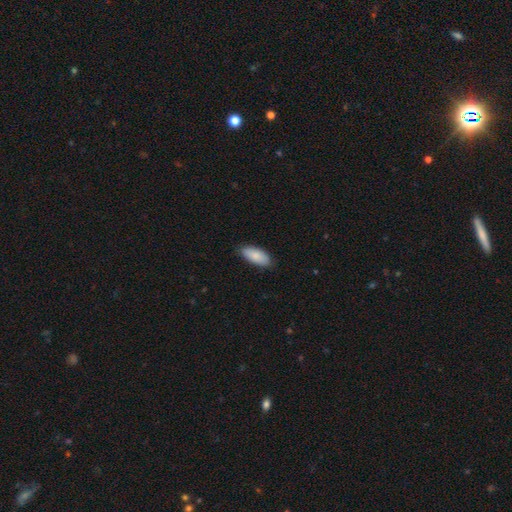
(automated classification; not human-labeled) Overall: smooth (86%). How rounded: in between (88%). Merging: none (85%).